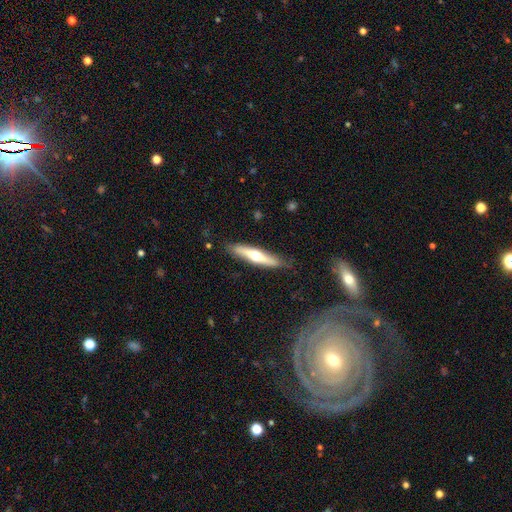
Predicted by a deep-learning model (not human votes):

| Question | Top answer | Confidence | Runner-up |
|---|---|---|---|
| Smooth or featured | featured or disk | 54% | smooth (41%) |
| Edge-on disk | yes | 91% | no (9%) |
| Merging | none | 85% | minor disturbance (12%) |